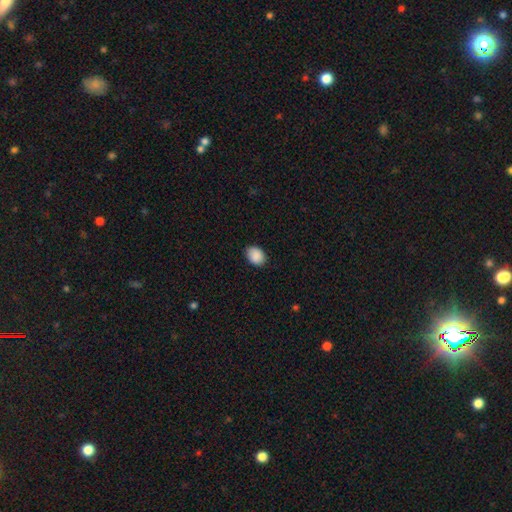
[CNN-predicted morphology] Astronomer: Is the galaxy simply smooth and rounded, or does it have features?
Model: smooth — 90%.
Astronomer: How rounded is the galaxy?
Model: in between — 66%.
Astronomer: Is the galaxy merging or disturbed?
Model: none — 84%.